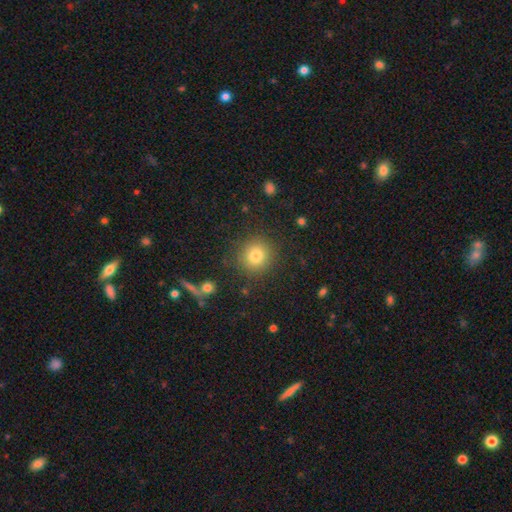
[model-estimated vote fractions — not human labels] Overall: smooth (79%). How rounded: round (91%). Merging: none (87%).